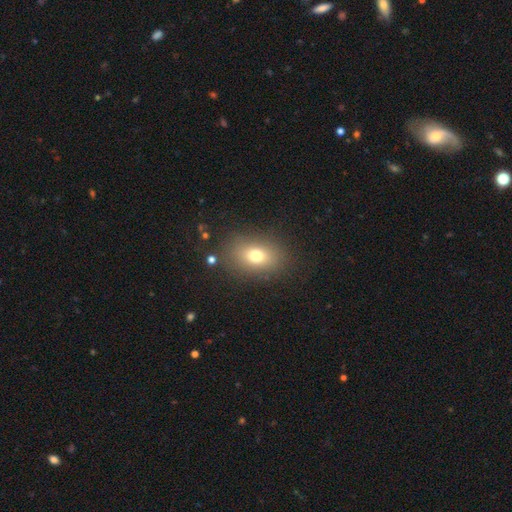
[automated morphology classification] type=smooth (73%); roundness=in between (71%); merging=none (84%).